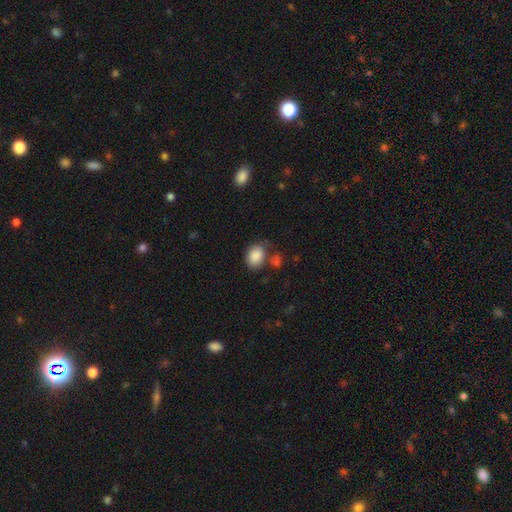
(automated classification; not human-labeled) Smooth or featured? Predicted: smooth (p=0.87). How rounded? Predicted: in between (p=0.66). Merging? Predicted: none (p=0.65).